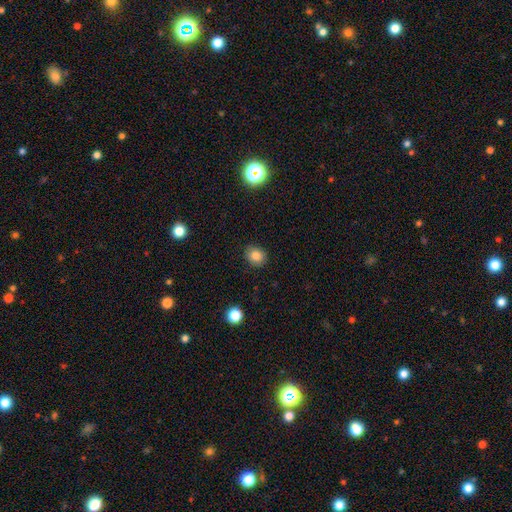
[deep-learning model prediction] Morphology: type=smooth (83%); roundness=round (72%); merging=none (88%).